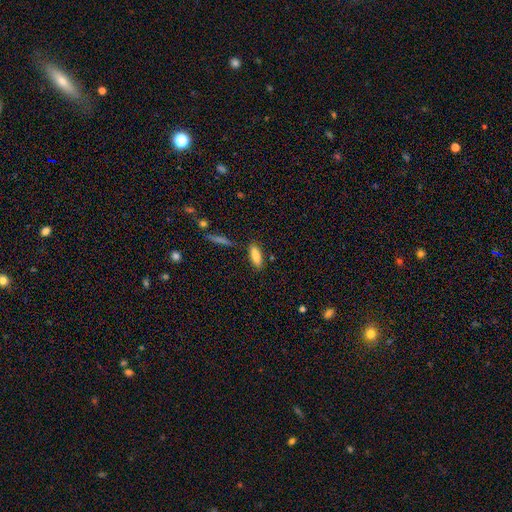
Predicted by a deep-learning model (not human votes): Morphology: type=smooth (84%); roundness=in between (60%); merging=none (81%).